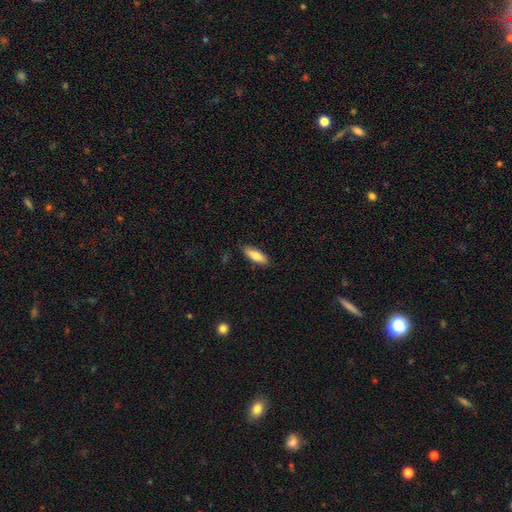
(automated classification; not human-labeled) Smooth or featured? smooth (77%)
How rounded? in between (54%)
Merging? none (85%)